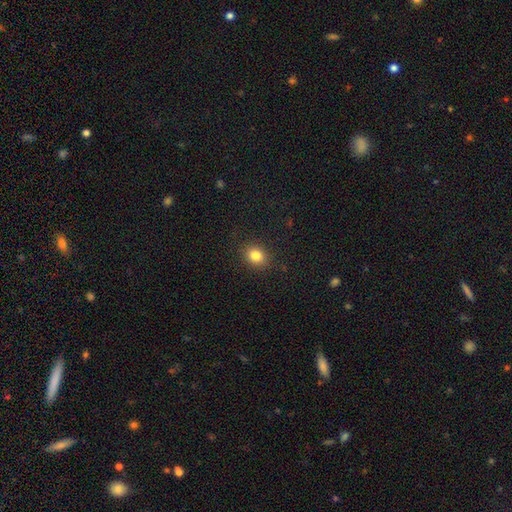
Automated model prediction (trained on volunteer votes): Smooth or featured? smooth (83%)
How rounded? round (56%)
Merging? none (88%)